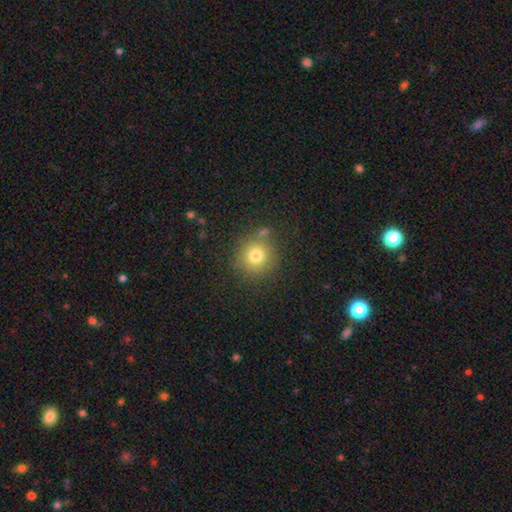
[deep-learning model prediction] smooth_or_featured: smooth (p=0.75) [alt: star or artifact p=0.15]
how_rounded: round (p=0.93) [alt: in between p=0.06]
merging: none (p=0.81) [alt: minor disturbance p=0.10]